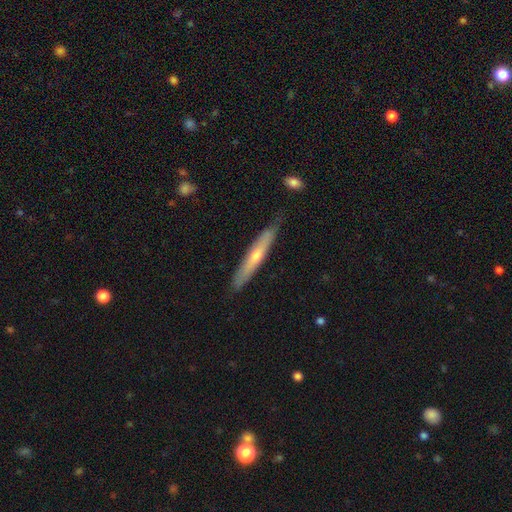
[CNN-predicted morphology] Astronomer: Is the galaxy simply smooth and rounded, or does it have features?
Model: featured or disk — 50% (runner-up: smooth, 45%).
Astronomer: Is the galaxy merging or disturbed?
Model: none — 83%.